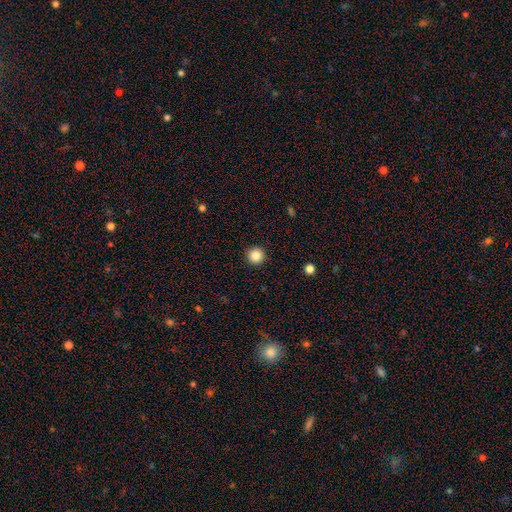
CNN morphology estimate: smooth-or-featured: smooth: 85% | star or artifact: 10% | featured or disk: 4%
  how-rounded: round: 96% | in between: 3% | cigar-shaped: 1%
  merging: none: 93% | minor disturbance: 4% | major disturbance: 2% | merger: 1%